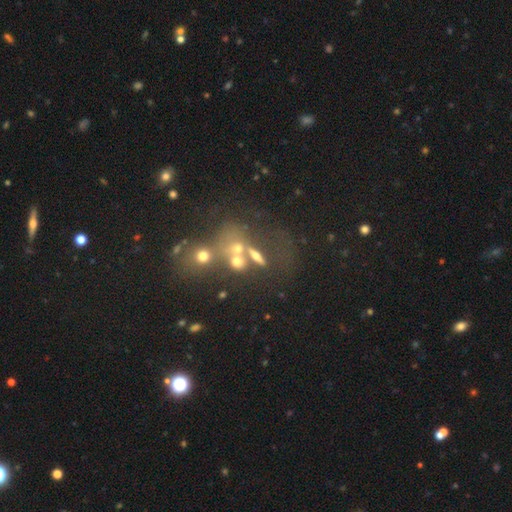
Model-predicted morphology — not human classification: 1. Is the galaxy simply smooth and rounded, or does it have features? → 49% smooth, 31% featured or disk, 21% star or artifact.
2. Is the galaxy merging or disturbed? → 41% none, 35% merger, 12% minor disturbance, 11% major disturbance.